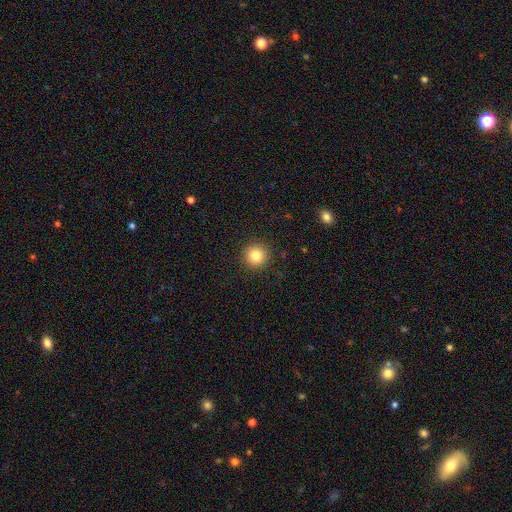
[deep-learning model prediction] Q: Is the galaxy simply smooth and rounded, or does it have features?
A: smooth — 84%.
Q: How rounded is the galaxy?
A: round — 95%.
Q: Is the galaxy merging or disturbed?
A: none — 92%.